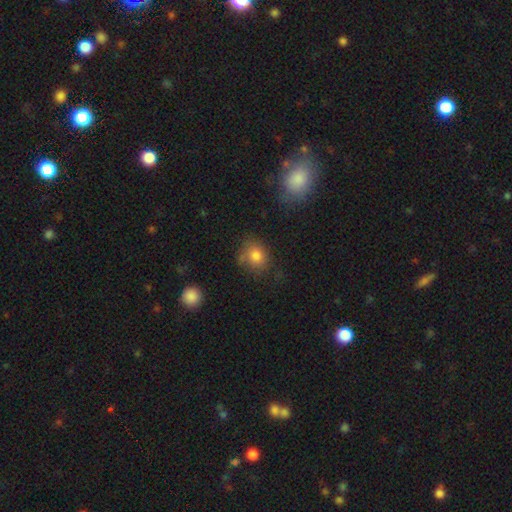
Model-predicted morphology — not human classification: Q: Smooth or featured?
A: smooth (80%); runner-up: star or artifact (11%)
Q: How rounded?
A: round (68%); runner-up: in between (31%)
Q: Merging?
A: none (68%); runner-up: minor disturbance (20%)